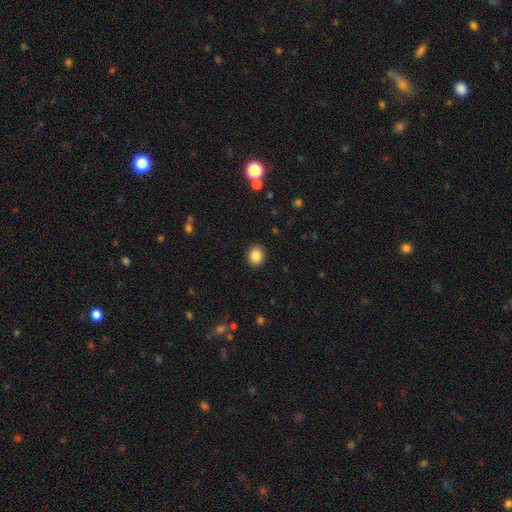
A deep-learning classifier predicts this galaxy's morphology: smooth-or-featured: smooth: 86% | star or artifact: 10% | featured or disk: 5%
  how-rounded: round: 68% | in between: 31% | cigar-shaped: 1%
  merging: none: 91% | minor disturbance: 6% | major disturbance: 2% | merger: 1%